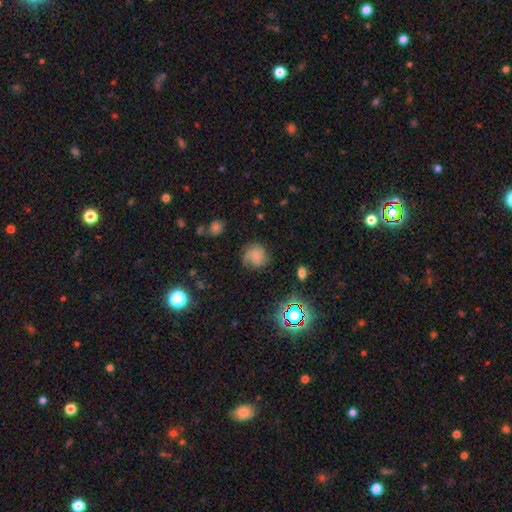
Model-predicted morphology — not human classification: smooth-or-featured: smooth: 50% | featured or disk: 35% | star or artifact: 14%
  how-rounded: round: 79% | in between: 20% | cigar-shaped: 1%
  merging: none: 55% | minor disturbance: 24% | major disturbance: 19% | merger: 3%